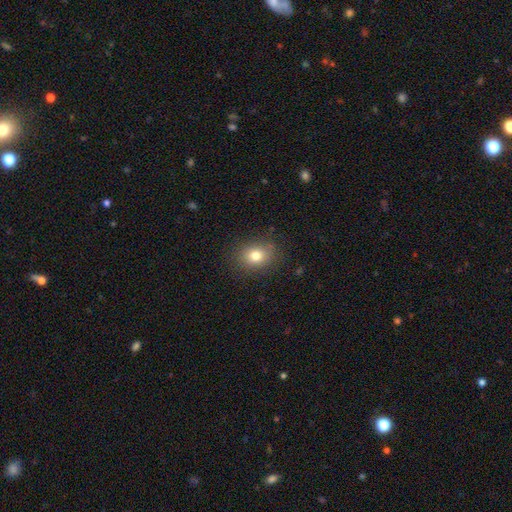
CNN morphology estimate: This appears to be a smooth galaxy with no disk features (79%) that is round (56%). Merging: none (84%).